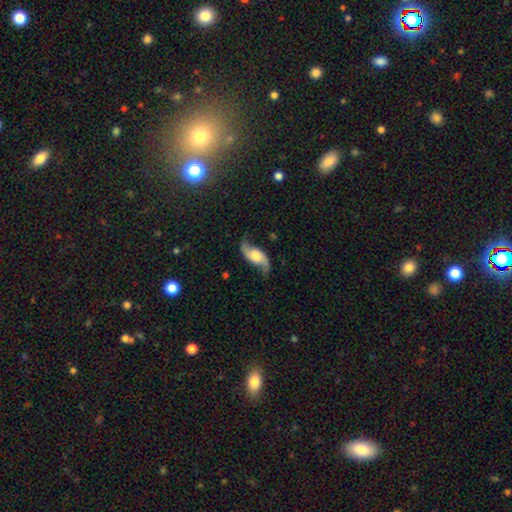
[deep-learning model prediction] Smooth or featured? featured or disk (80%)
Edge-on disk? no (92%)
Bar? no (61%)
Spiral arms? yes (95%)
Spiral winding? loose (78%)
Spiral arm count? 2 (93%)
Bulge size? moderate (40%)
Merging? none (74%)